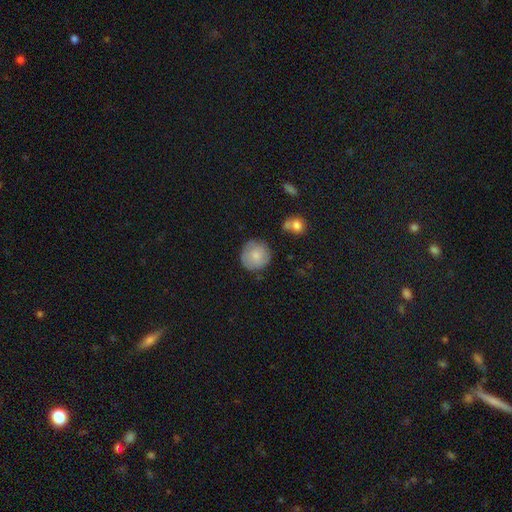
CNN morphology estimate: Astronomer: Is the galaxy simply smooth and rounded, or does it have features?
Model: smooth — 73%.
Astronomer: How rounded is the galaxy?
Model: round — 93%.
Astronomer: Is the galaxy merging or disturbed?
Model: none — 80%.